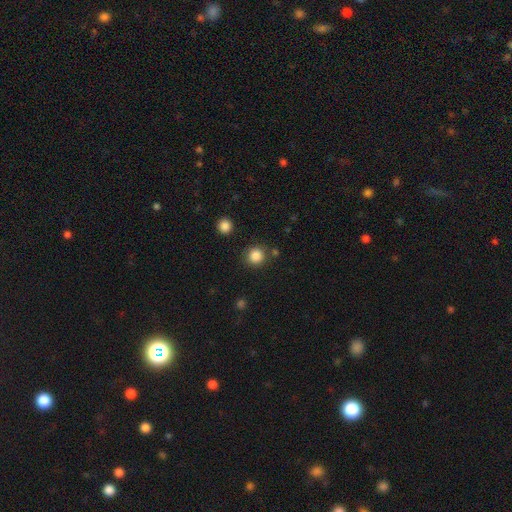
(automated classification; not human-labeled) A smooth galaxy with no disk features (85%) that is round (93%).

Vote fractions:
- Smooth or featured? smooth: 85% / star or artifact: 11% / featured or disk: 3%
- How rounded? round: 93% / in between: 6% / cigar-shaped: 1%
- Merging? none: 85% / minor disturbance: 8% / merger: 4% / major disturbance: 3%